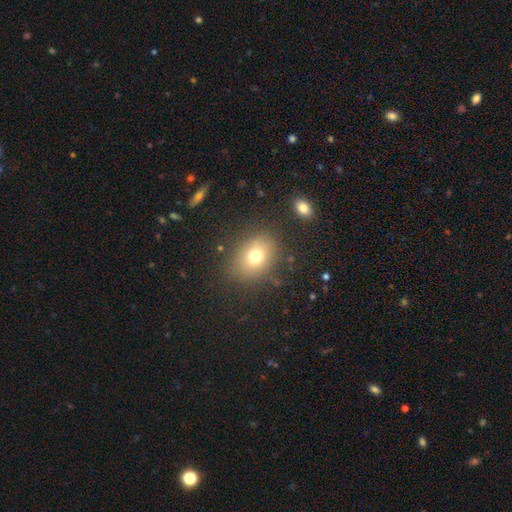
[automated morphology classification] Smooth or featured?
  - smooth: 74% *
  - star or artifact: 13%
  - featured or disk: 13%
How rounded?
  - in between: 58% *
  - round: 41%
  - cigar-shaped: 1%
Merging?
  - none: 80% *
  - minor disturbance: 12%
  - major disturbance: 6%
  - merger: 2%